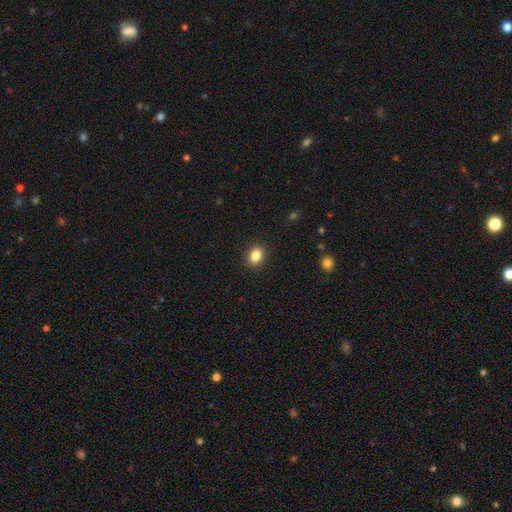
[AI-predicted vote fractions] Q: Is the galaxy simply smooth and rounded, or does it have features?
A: smooth — 86%.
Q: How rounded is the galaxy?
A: in between — 64%.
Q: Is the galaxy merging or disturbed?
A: none — 90%.